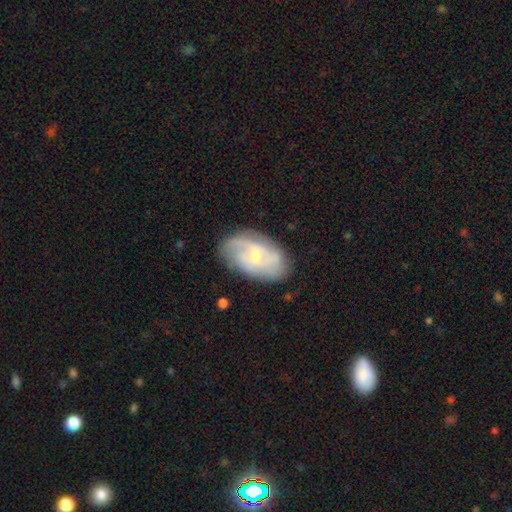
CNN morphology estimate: smooth_or_featured: featured or disk (p=0.71) [alt: smooth p=0.23]
disk_edge_on: no (p=0.96) [alt: yes p=0.04]
bar: no (p=0.51) [alt: weak p=0.42]
has_spiral_arms: yes (p=0.87) [alt: no p=0.13]
spiral_winding: medium (p=0.42) [alt: tight p=0.34]
spiral_arm_count: 2 (p=0.38) [alt: can't tell p=0.34]
bulge_size: small (p=0.61) [alt: moderate p=0.34]
merging: none (p=0.73) [alt: minor disturbance p=0.19]